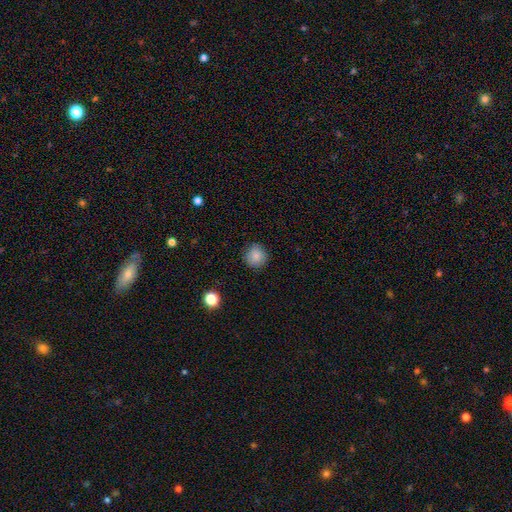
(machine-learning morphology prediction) Smooth or featured: smooth — 86% (star or artifact — 10%)
How rounded: round — 93% (in between — 6%)
Merging: none — 88% (minor disturbance — 8%)